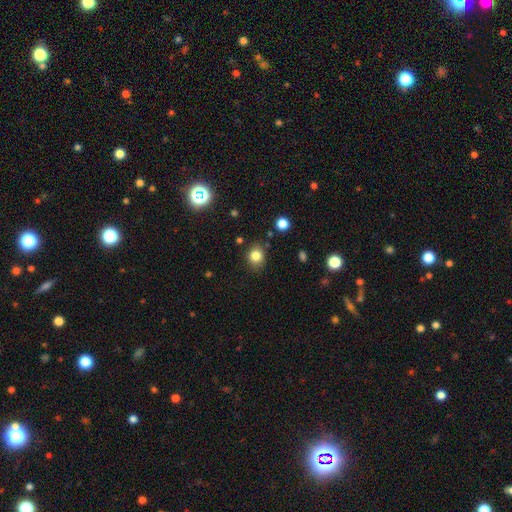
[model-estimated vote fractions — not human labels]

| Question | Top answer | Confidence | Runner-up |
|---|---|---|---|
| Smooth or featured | smooth | 81% | star or artifact (12%) |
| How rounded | round | 72% | in between (27%) |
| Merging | none | 79% | minor disturbance (15%) |